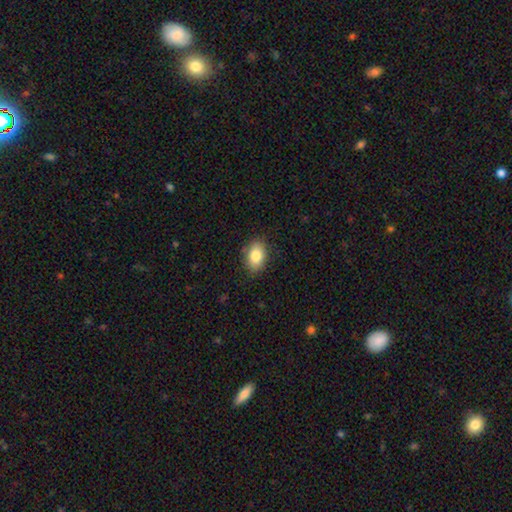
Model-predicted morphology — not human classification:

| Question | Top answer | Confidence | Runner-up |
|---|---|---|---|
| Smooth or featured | smooth | 83% | featured or disk (9%) |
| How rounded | in between | 81% | round (18%) |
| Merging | none | 85% | minor disturbance (11%) |